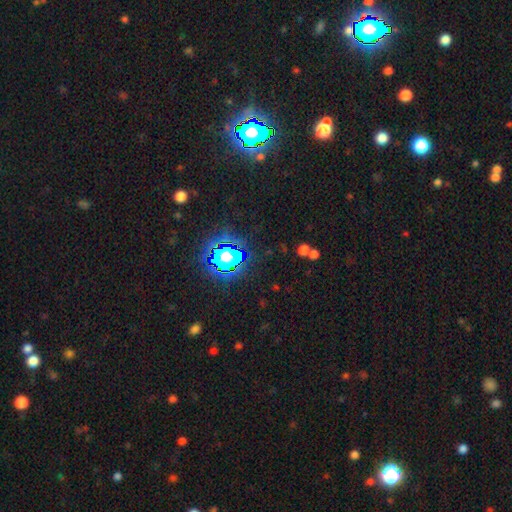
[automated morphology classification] A star or artifact, not a galaxy (82%).